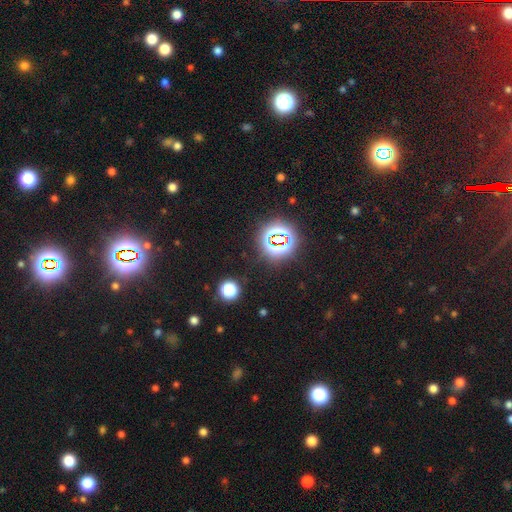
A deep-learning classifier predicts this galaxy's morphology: Q: Smooth or featured?
A: star or artifact (78%); runner-up: smooth (15%)